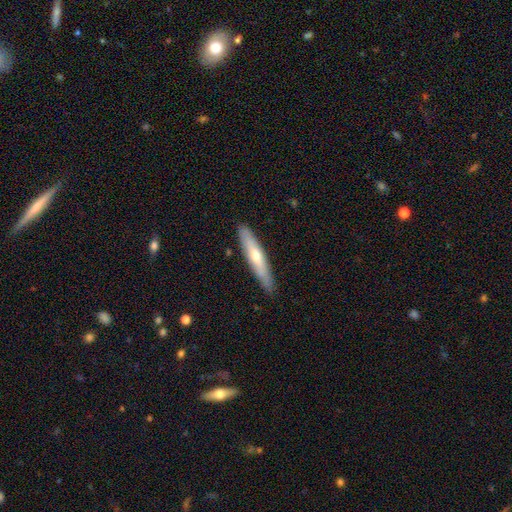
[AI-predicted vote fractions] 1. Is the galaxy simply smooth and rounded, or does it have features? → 52% smooth, 43% featured or disk, 5% star or artifact.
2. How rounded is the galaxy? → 88% cigar-shaped, 11% in between, 1% round.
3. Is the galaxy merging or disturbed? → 87% none, 10% minor disturbance, 2% major disturbance, 1% merger.